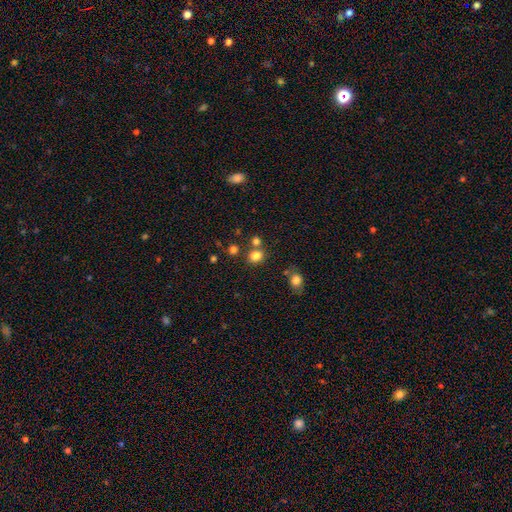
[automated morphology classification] smooth_or_featured: smooth (p=0.79) [alt: star or artifact p=0.15]
how_rounded: round (p=0.76) [alt: in between p=0.23]
merging: none (p=0.70) [alt: merger p=0.18]